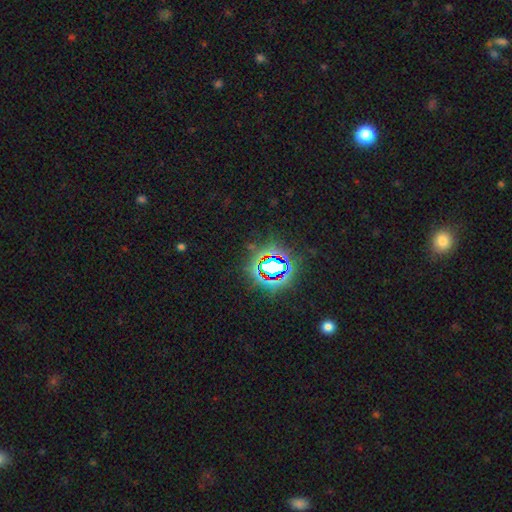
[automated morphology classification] type=star or artifact (80%).